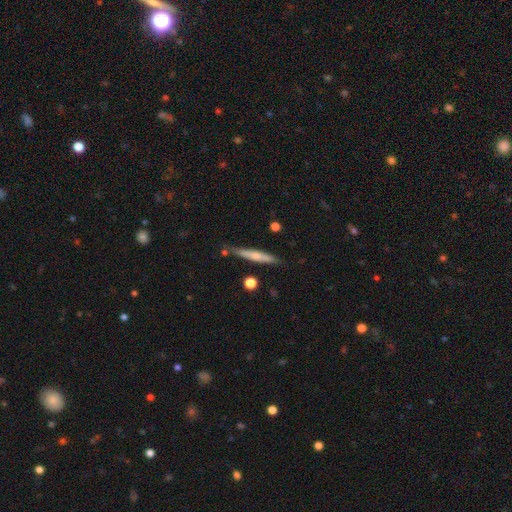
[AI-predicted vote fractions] Morphology: type=smooth (47%); merging=none (82%).